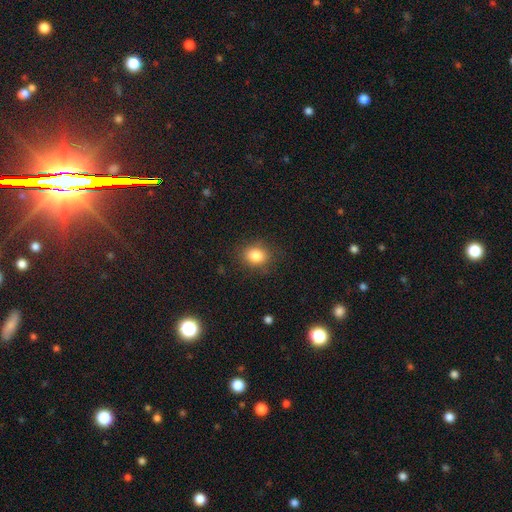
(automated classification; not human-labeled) Q: Smooth or featured?
A: smooth (84%); runner-up: star or artifact (10%)
Q: How rounded?
A: round (55%); runner-up: in between (44%)
Q: Merging?
A: none (84%); runner-up: minor disturbance (11%)